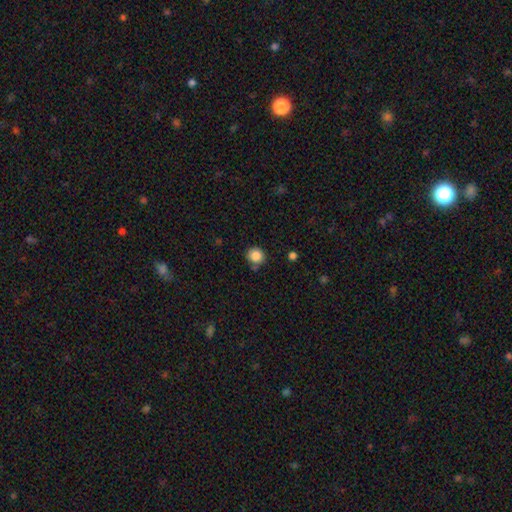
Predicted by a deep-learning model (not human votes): smooth-or-featured: smooth: 86% | star or artifact: 10% | featured or disk: 4%
  how-rounded: round: 87% | in between: 12% | cigar-shaped: 1%
  merging: none: 78% | minor disturbance: 13% | merger: 6% | major disturbance: 3%